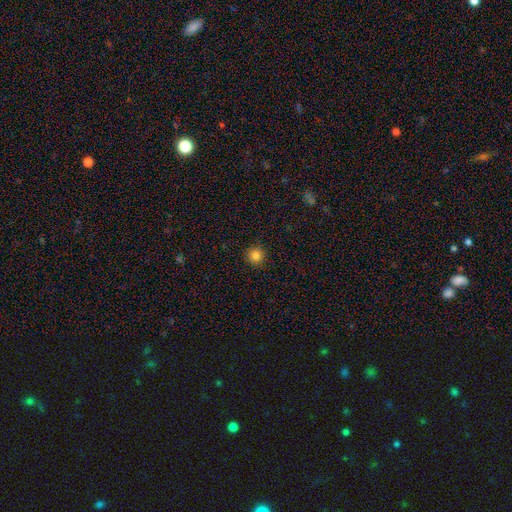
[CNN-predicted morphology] type=smooth (82%); roundness=round (95%); merging=none (92%).